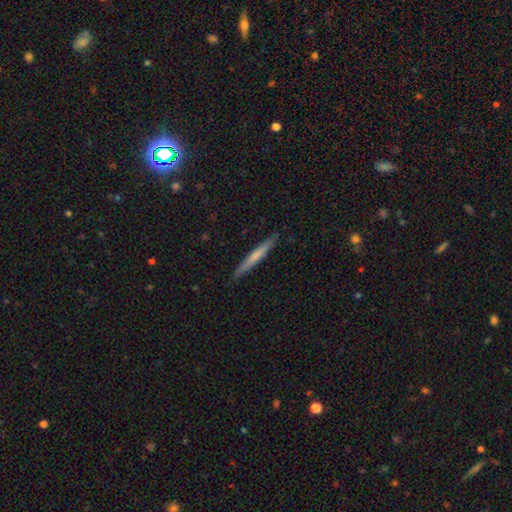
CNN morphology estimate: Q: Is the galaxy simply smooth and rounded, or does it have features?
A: smooth — 57%.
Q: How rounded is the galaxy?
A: cigar-shaped — 96%.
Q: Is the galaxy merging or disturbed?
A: none — 90%.